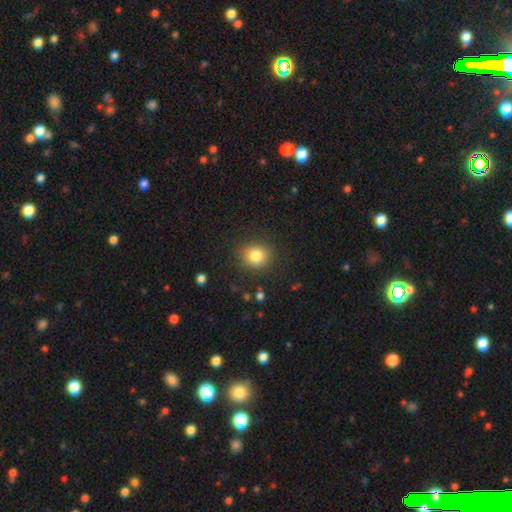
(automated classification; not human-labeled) Smooth or featured? smooth (82%)
How rounded? round (81%)
Merging? none (86%)